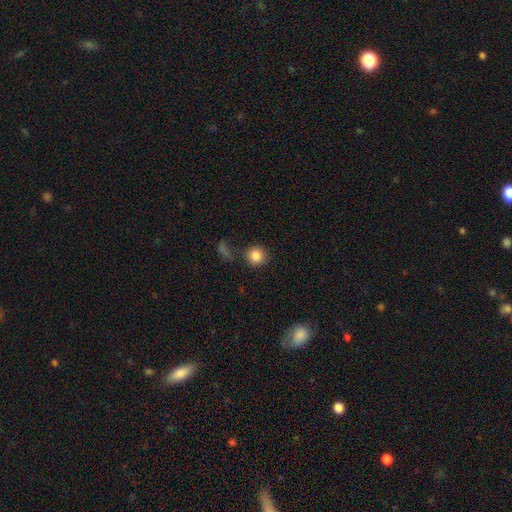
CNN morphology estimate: Smooth or featured?
  - smooth: 85% *
  - star or artifact: 10%
  - featured or disk: 5%
How rounded?
  - round: 91% *
  - in between: 8%
  - cigar-shaped: 1%
Merging?
  - none: 78% *
  - minor disturbance: 10%
  - merger: 7%
  - major disturbance: 5%